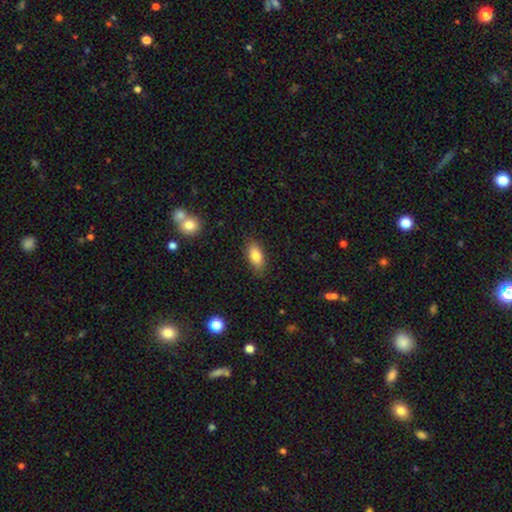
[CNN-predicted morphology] Smooth or featured? smooth (83%)
How rounded? in between (87%)
Merging? none (84%)